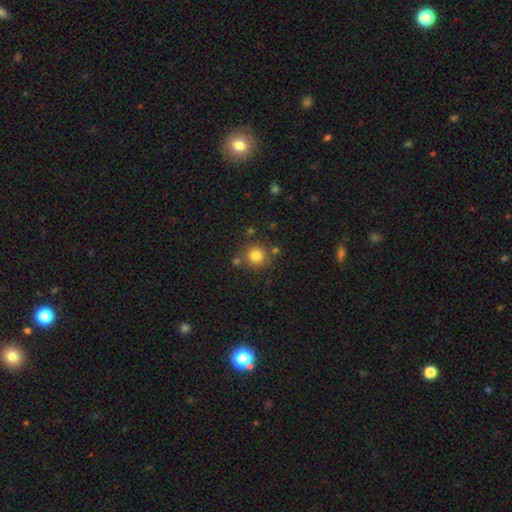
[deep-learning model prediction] smooth 81%, star or artifact 12%, featured or disk 7%. Down the decision tree: how rounded — round (93%); merging — none (79%).